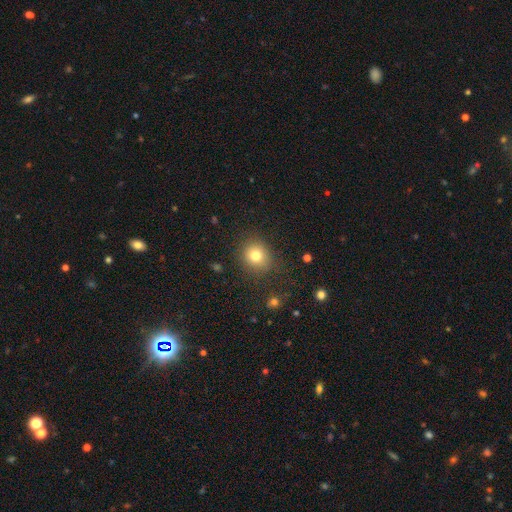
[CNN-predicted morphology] type=smooth (78%); roundness=round (82%); merging=none (84%).